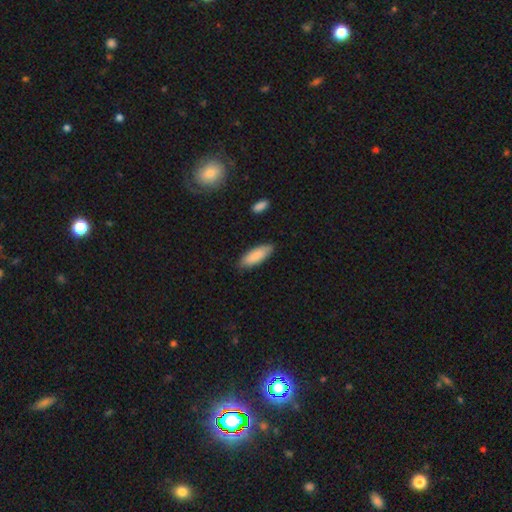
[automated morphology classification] Smooth or featured? Predicted: smooth (p=0.87). How rounded? Predicted: in between (p=0.65). Merging? Predicted: none (p=0.84).